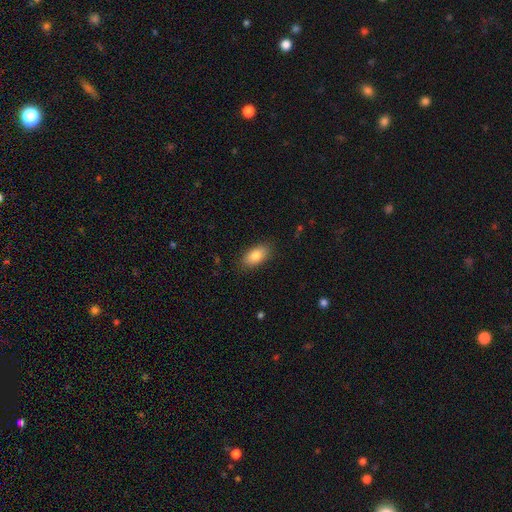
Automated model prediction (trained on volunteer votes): Smooth or featured: smooth — 83% (featured or disk — 9%)
How rounded: in between — 92% (round — 4%)
Merging: none — 86% (minor disturbance — 10%)